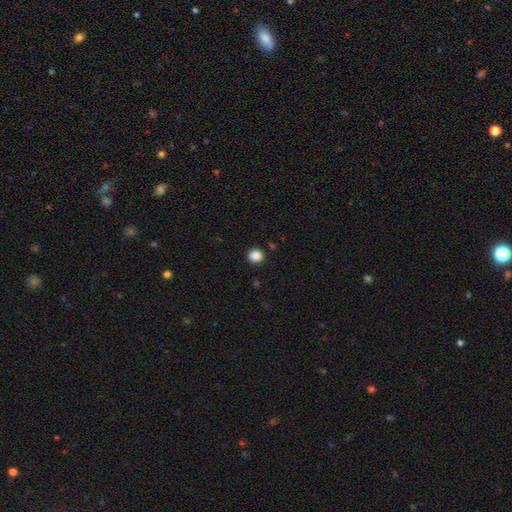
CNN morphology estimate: A smooth galaxy with no disk features (87%) that is round (83%). Merging: none (89%).